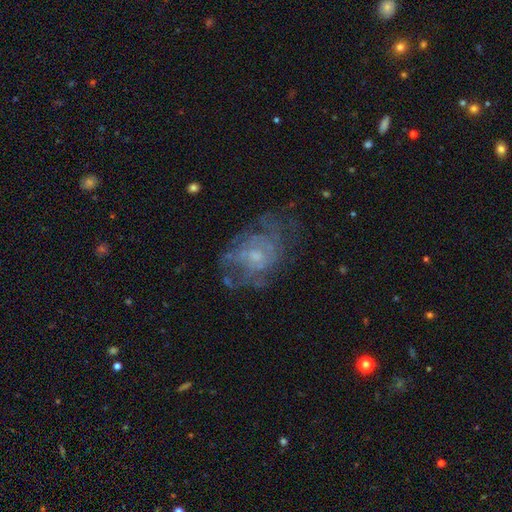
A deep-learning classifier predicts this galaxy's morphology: type=featured or disk (70%); edge-on=no (97%); bar=no (72%); spiral arms=yes (66%); bulge=small (55%); merging=none (58%).